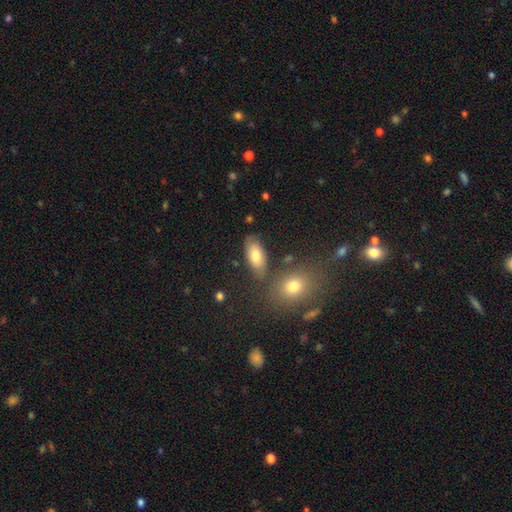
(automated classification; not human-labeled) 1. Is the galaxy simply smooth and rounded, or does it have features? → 76% smooth, 16% featured or disk, 8% star or artifact.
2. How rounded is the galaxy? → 91% in between, 5% cigar-shaped, 4% round.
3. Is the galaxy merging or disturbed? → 76% none, 14% minor disturbance, 7% merger, 4% major disturbance.